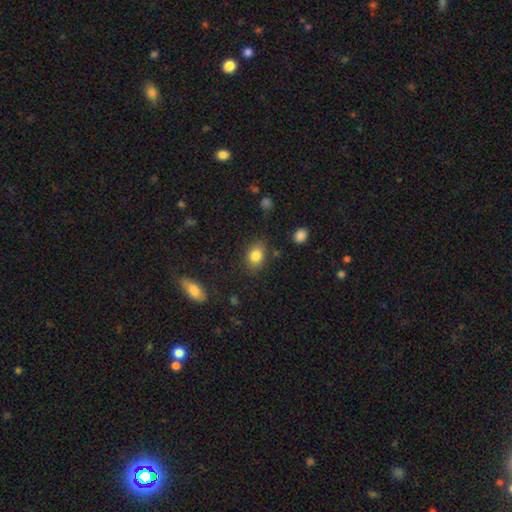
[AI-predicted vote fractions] This appears to be a smooth galaxy with no disk features (83%) that is in between round and cigar-shaped (62%). Merging: none (81%).